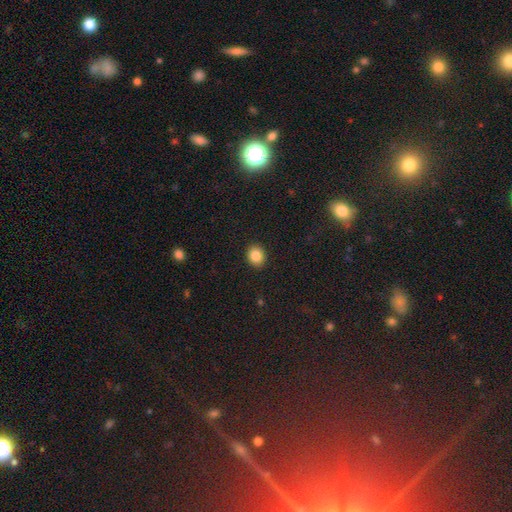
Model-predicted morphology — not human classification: The model was most divided on "how rounded": round: 61%, in between: 38%, cigar-shaped: 1%. More confident: merging — none (91%); smooth or featured — smooth (85%).